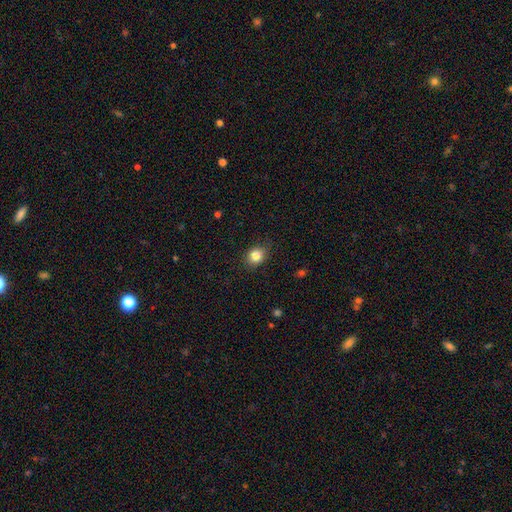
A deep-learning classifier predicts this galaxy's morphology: Smooth or featured: smooth — 83% (star or artifact — 10%)
How rounded: round — 58% (in between — 41%)
Merging: none — 84% (minor disturbance — 12%)